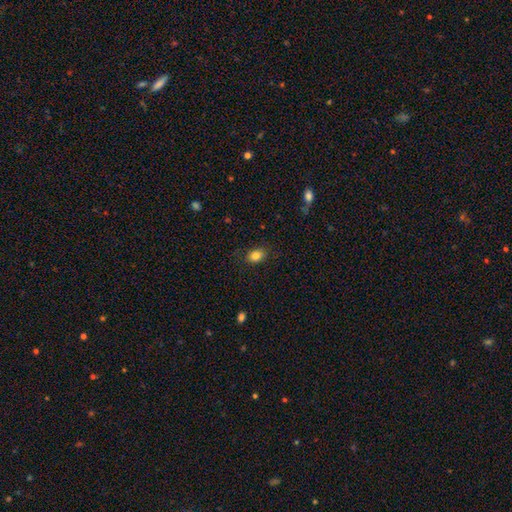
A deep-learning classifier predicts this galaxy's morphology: Smooth or featured? smooth (84%)
How rounded? in between (67%)
Merging? none (83%)